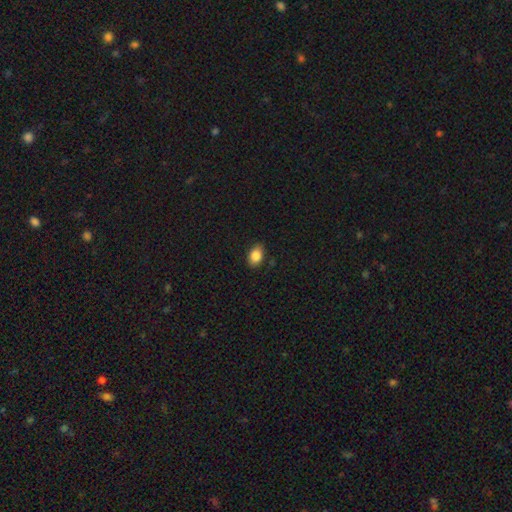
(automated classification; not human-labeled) A smooth galaxy with no disk features (86%) that is in between round and cigar-shaped (82%).

Vote fractions:
- Smooth or featured? smooth: 86% / star or artifact: 8% / featured or disk: 6%
- How rounded? in between: 82% / round: 16% / cigar-shaped: 1%
- Merging? none: 85% / minor disturbance: 11% / major disturbance: 2% / merger: 1%